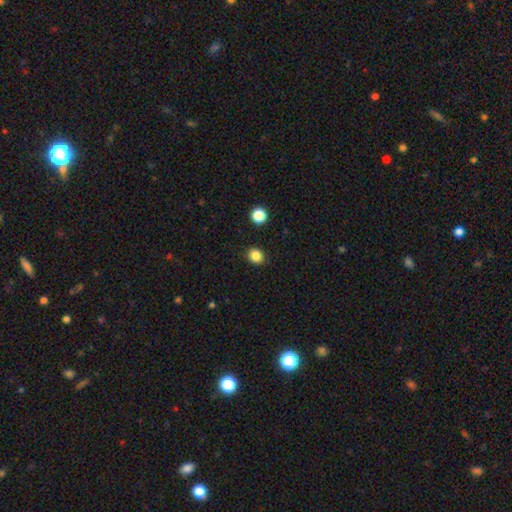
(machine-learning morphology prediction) A smooth galaxy with no disk features (85%) that is round (75%). Merging: none (90%).